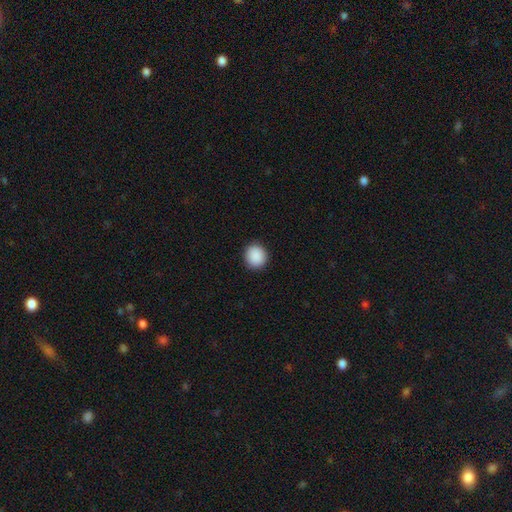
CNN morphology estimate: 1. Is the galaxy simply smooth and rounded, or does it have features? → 90% smooth, 8% star or artifact, 2% featured or disk.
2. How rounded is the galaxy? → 88% round, 11% in between, 1% cigar-shaped.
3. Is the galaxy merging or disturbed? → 92% none, 6% minor disturbance, 2% major disturbance, 1% merger.